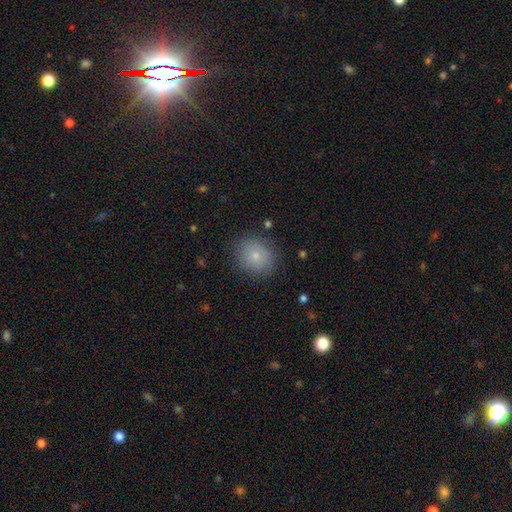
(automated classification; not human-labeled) Smooth or featured? smooth (77%)
How rounded? round (67%)
Merging? none (82%)